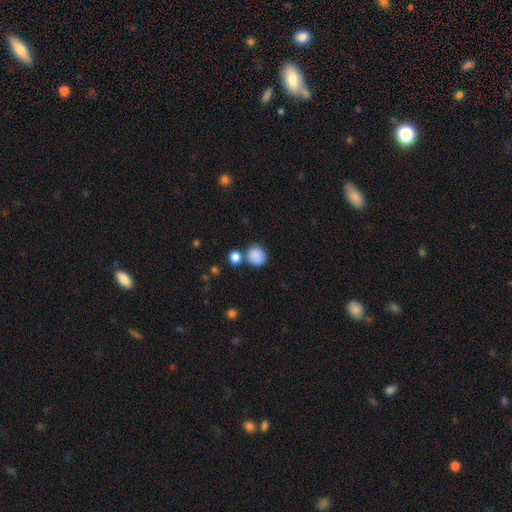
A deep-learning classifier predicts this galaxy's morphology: This is clearly a smooth galaxy (87%). How rounded: likely round (74%). Merging: likely none (66%).